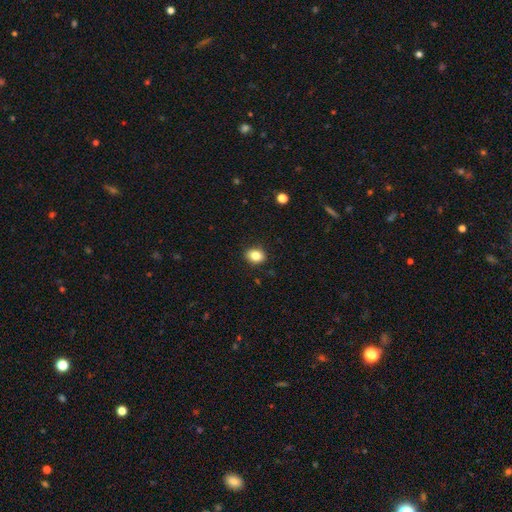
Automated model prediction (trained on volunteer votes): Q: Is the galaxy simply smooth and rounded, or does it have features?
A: smooth — 84%.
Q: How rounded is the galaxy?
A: in between — 50%.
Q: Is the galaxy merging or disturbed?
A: none — 89%.